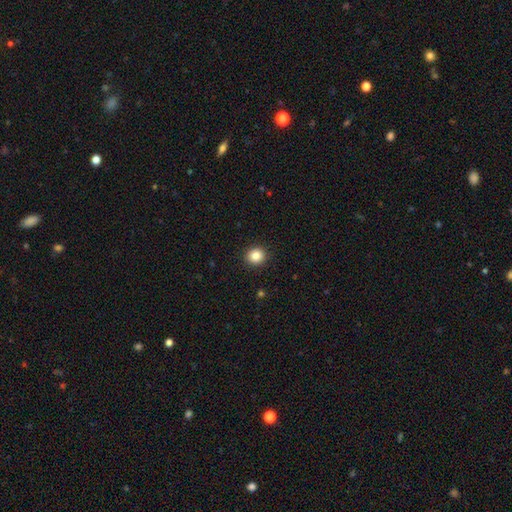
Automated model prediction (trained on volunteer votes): smooth-or-featured: smooth: 85% | star or artifact: 10% | featured or disk: 5%
  how-rounded: round: 89% | in between: 10% | cigar-shaped: 1%
  merging: none: 93% | minor disturbance: 5% | major disturbance: 2% | merger: 1%